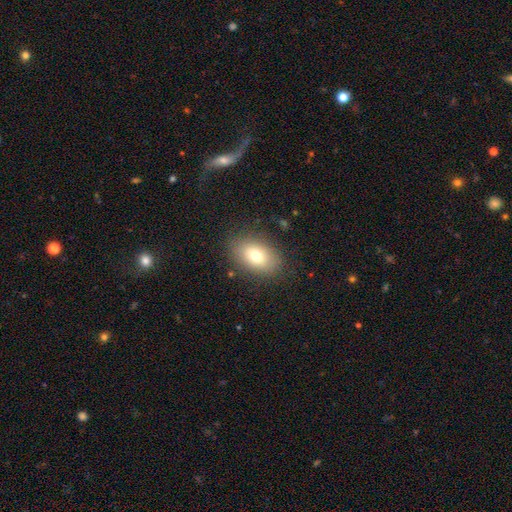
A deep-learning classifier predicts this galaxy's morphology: The model was most divided on "smooth or featured": smooth: 73%, featured or disk: 16%, star or artifact: 11%. More confident: merging — none (83%); how rounded — in between (82%).